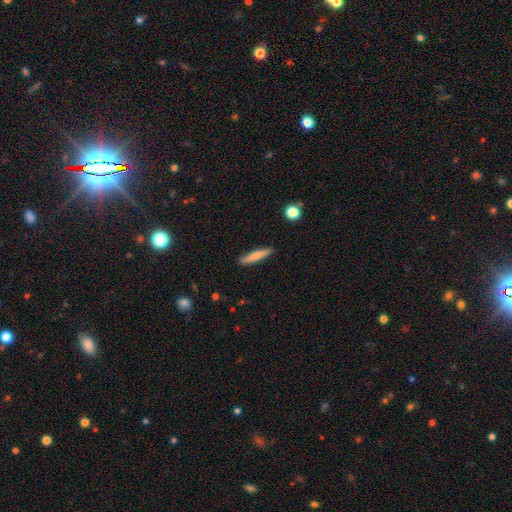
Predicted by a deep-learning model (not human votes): Smooth or featured: smooth — 77% (featured or disk — 16%)
How rounded: cigar-shaped — 91% (in between — 8%)
Merging: none — 87% (minor disturbance — 9%)